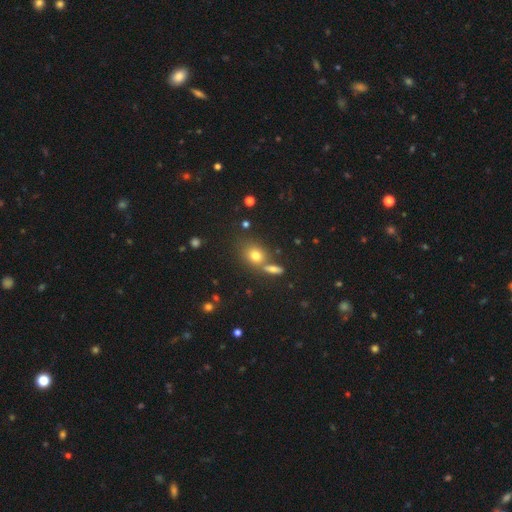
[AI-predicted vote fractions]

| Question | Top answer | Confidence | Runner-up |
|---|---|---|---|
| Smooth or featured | smooth | 76% | star or artifact (13%) |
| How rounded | round | 59% | in between (39%) |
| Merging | none | 60% | merger (24%) |